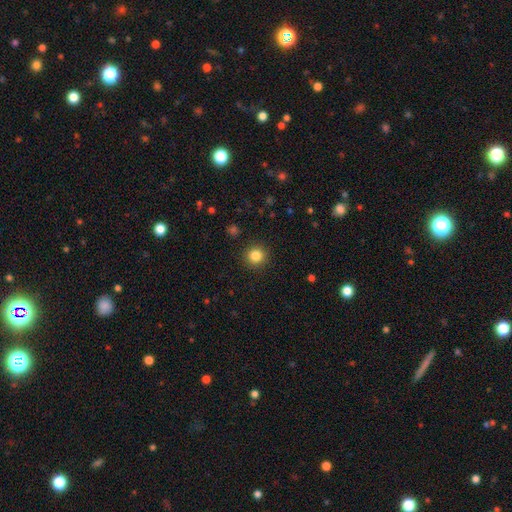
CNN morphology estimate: Smooth or featured?
  - smooth: 84% *
  - star or artifact: 11%
  - featured or disk: 5%
How rounded?
  - round: 94% *
  - in between: 5%
  - cigar-shaped: 1%
Merging?
  - none: 92% *
  - minor disturbance: 5%
  - major disturbance: 2%
  - merger: 1%